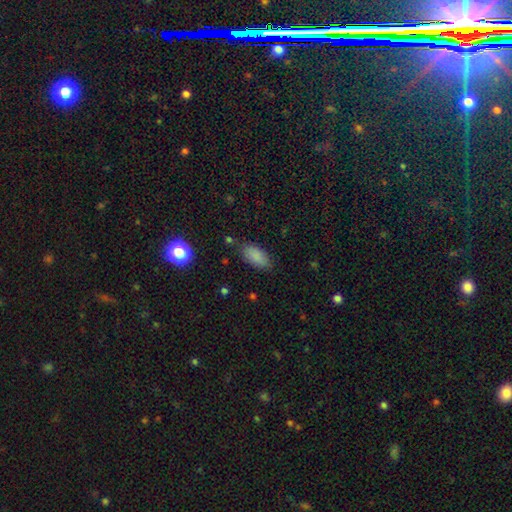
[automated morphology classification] Overall: smooth (86%). How rounded: in between (91%). Merging: none (79%).